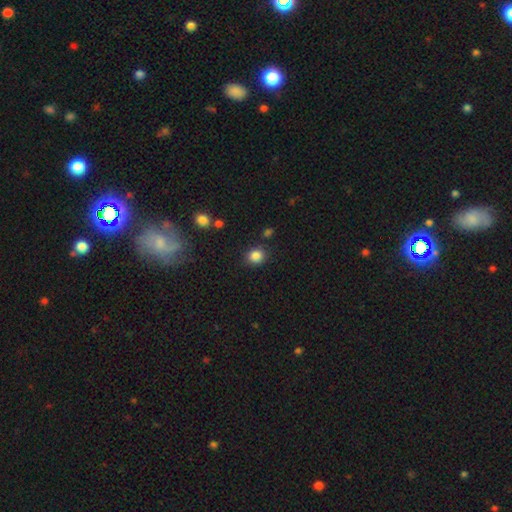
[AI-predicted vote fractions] The model was most divided on "how rounded": round: 77%, in between: 22%, cigar-shaped: 1%. More confident: merging — none (86%); smooth or featured — smooth (85%).